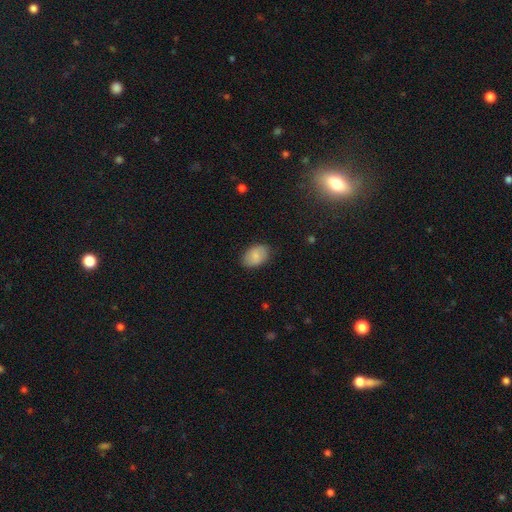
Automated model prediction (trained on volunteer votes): Q: Smooth or featured?
A: smooth (81%); runner-up: featured or disk (12%)
Q: How rounded?
A: in between (85%); runner-up: round (13%)
Q: Merging?
A: none (81%); runner-up: minor disturbance (15%)